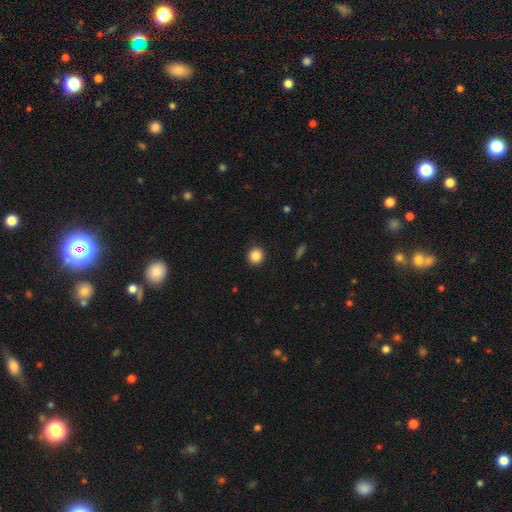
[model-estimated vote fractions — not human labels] smooth_or_featured: smooth (p=0.86) [alt: star or artifact p=0.10]
how_rounded: round (p=0.93) [alt: in between p=0.06]
merging: none (p=0.92) [alt: minor disturbance p=0.05]